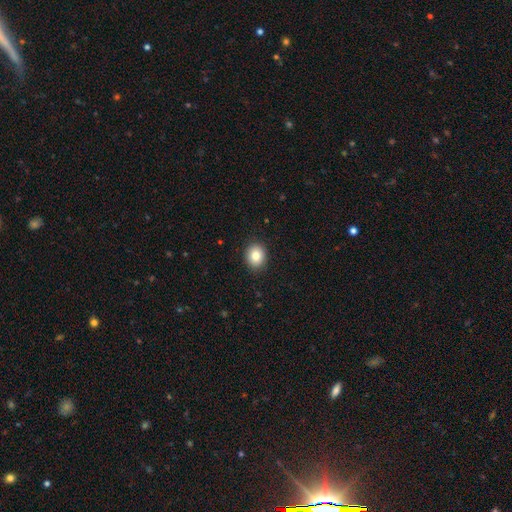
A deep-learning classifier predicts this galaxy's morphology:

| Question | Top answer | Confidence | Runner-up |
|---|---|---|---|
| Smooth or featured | smooth | 85% | star or artifact (9%) |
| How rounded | round | 63% | in between (36%) |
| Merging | none | 90% | minor disturbance (7%) |